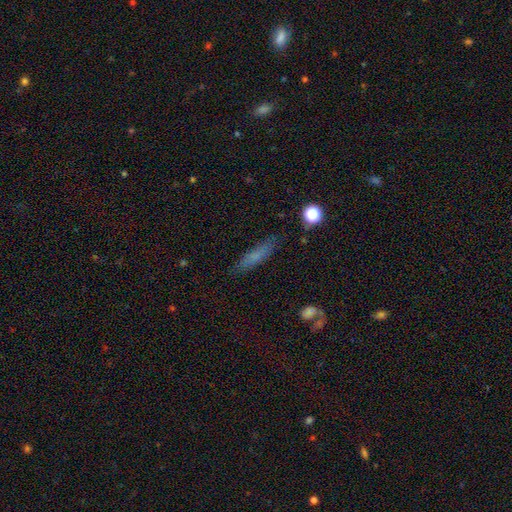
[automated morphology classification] A smooth galaxy with no disk features (66%) that is cigar-shaped (77%).

Vote fractions:
- Smooth or featured? smooth: 66% / featured or disk: 23% / star or artifact: 11%
- How rounded? cigar-shaped: 77% / in between: 20% / round: 3%
- Merging? none: 82% / minor disturbance: 12% / major disturbance: 4% / merger: 2%